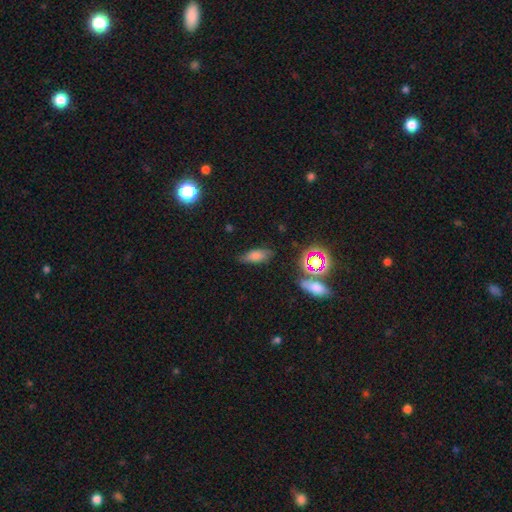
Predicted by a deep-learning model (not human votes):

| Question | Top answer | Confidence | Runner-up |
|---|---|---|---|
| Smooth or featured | smooth | 68% | featured or disk (17%) |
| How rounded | in between | 75% | cigar-shaped (19%) |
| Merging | none | 74% | minor disturbance (18%) |